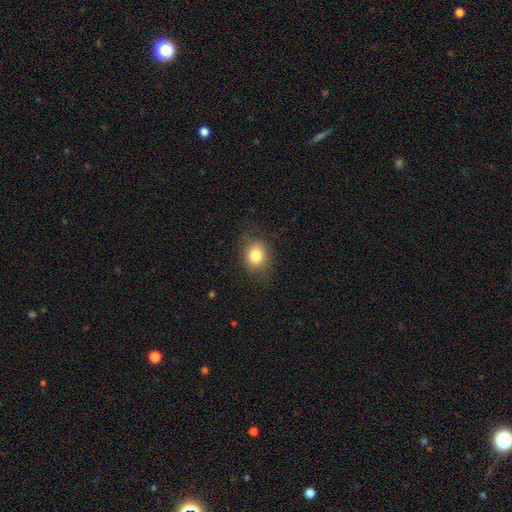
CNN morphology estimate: Smooth or featured? smooth (81%)
How rounded? round (58%)
Merging? none (80%)